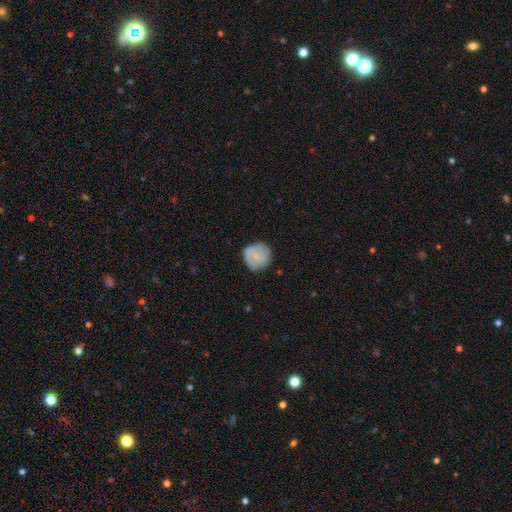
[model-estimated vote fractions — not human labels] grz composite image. It shows a smooth galaxy with no disk features (70%) that is round (91%). Merging: none (78%).